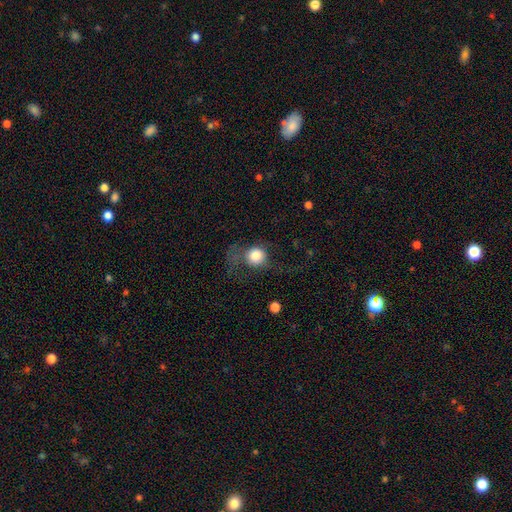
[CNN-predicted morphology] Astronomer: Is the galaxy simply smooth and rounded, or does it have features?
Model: smooth — 72%.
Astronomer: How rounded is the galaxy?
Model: round — 87%.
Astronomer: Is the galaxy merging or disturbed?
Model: none — 43% (runner-up: major disturbance, 35%).